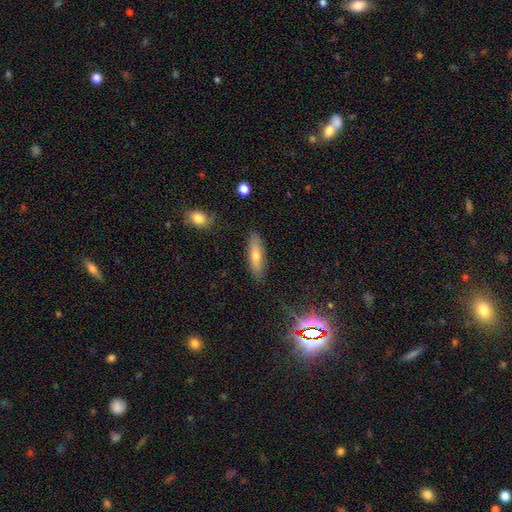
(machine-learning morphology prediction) This appears to be a smooth galaxy with no disk features (64%) that is cigar-shaped (60%). Merging: none (86%).